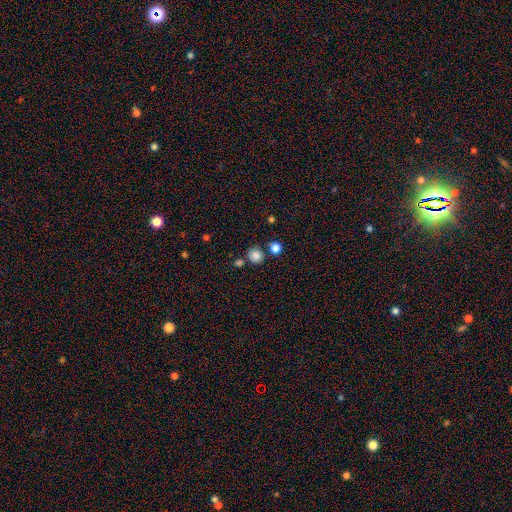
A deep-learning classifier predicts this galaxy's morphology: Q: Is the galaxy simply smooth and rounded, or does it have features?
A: smooth — 83%.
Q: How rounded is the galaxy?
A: round — 90%.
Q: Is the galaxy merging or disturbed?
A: none — 73%.